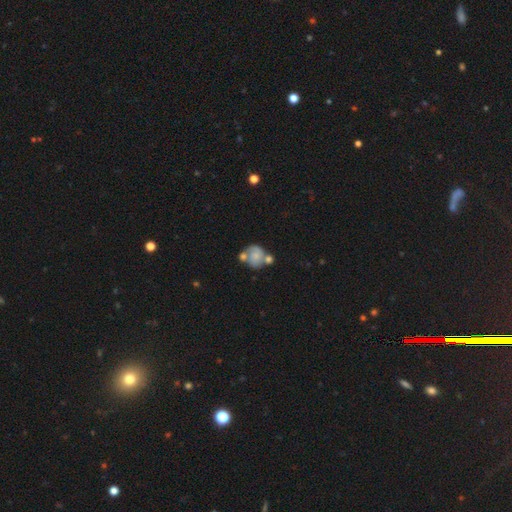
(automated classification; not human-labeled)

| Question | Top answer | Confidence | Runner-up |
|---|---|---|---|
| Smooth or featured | smooth | 48% | featured or disk (43%) |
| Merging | merger | 36% | none (35%) |